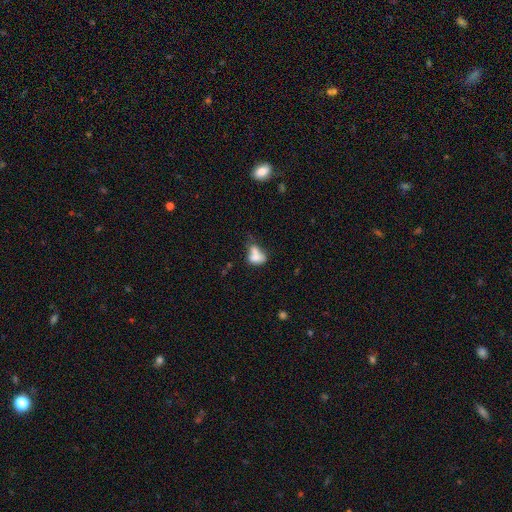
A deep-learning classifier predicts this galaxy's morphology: Q: Smooth or featured?
A: smooth (68%); runner-up: featured or disk (22%)
Q: How rounded?
A: in between (75%); runner-up: round (22%)
Q: Merging?
A: merger (54%); runner-up: none (18%)